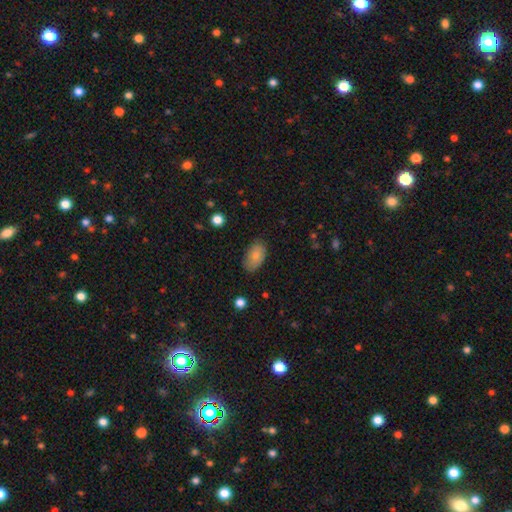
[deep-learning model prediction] Smooth or featured: smooth — 83% (featured or disk — 10%)
How rounded: in between — 93% (round — 5%)
Merging: none — 79% (minor disturbance — 17%)